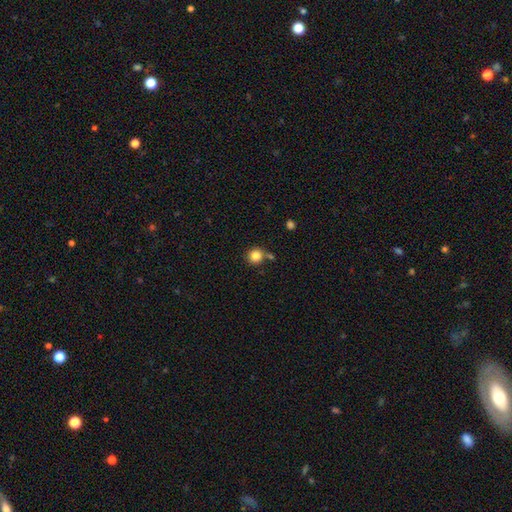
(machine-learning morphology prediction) Q: Smooth or featured?
A: smooth (84%); runner-up: star or artifact (11%)
Q: How rounded?
A: round (93%); runner-up: in between (6%)
Q: Merging?
A: none (75%); runner-up: merger (13%)